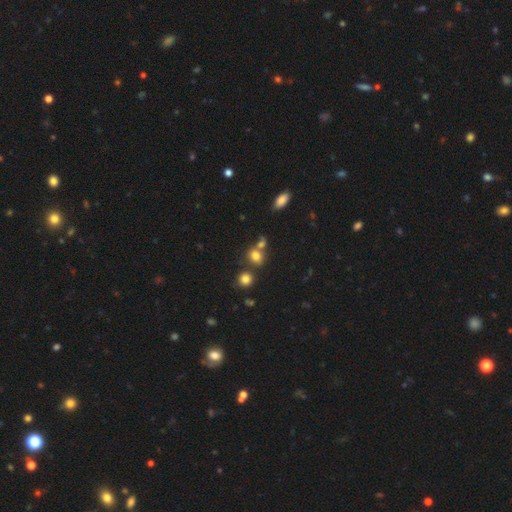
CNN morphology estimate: The model was most divided on "how rounded": round: 53%, in between: 45%, cigar-shaped: 2%. More confident: smooth or featured — smooth (77%); merging — none (50%).